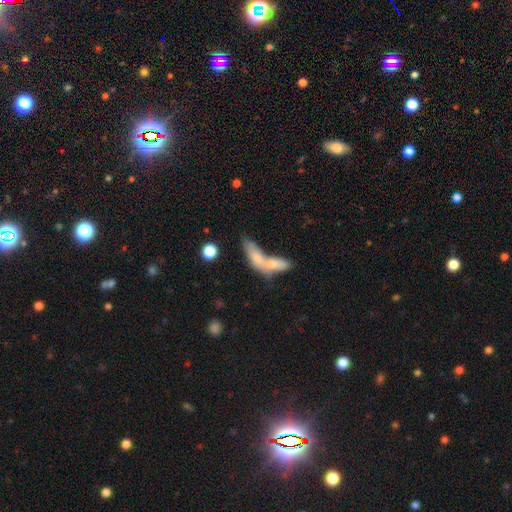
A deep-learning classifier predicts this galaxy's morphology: smooth 70%, featured or disk 22%, star or artifact 8%. Down the decision tree: how rounded — in between (58%); merging — merger (69%).